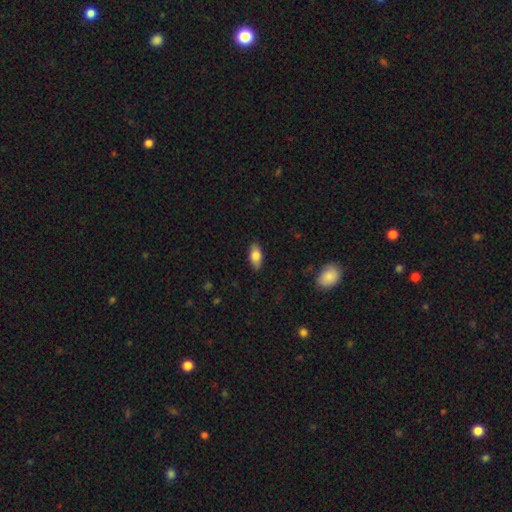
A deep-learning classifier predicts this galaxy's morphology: smooth_or_featured: smooth (p=0.80) [alt: featured or disk p=0.13]
how_rounded: in between (p=0.88) [alt: cigar-shaped p=0.08]
merging: none (p=0.87) [alt: minor disturbance p=0.10]